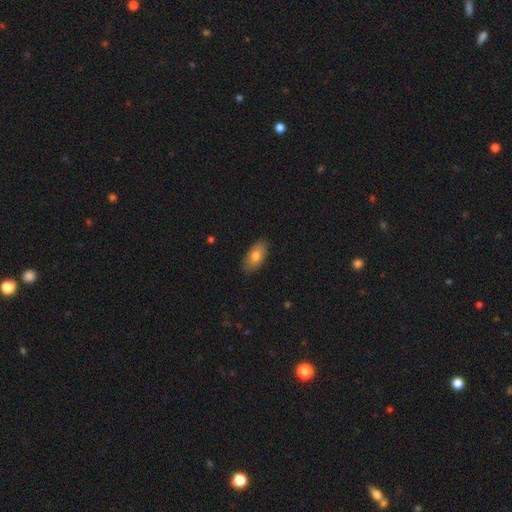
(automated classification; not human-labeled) Smooth or featured? Predicted: smooth (p=0.76). How rounded? Predicted: in between (p=0.91). Merging? Predicted: none (p=0.84).